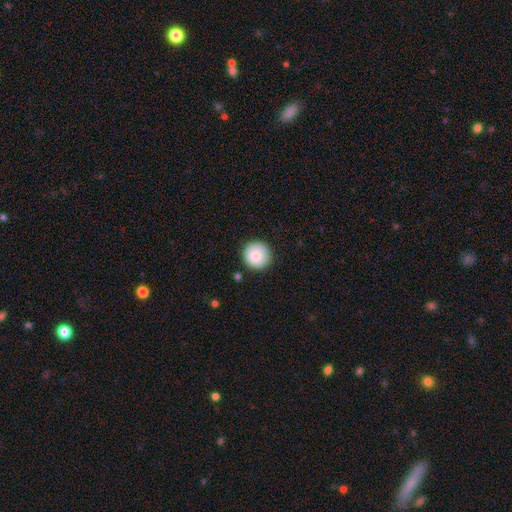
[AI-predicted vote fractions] Smooth or featured? Predicted: smooth (p=0.86). How rounded? Predicted: round (p=0.96). Merging? Predicted: none (p=0.90).